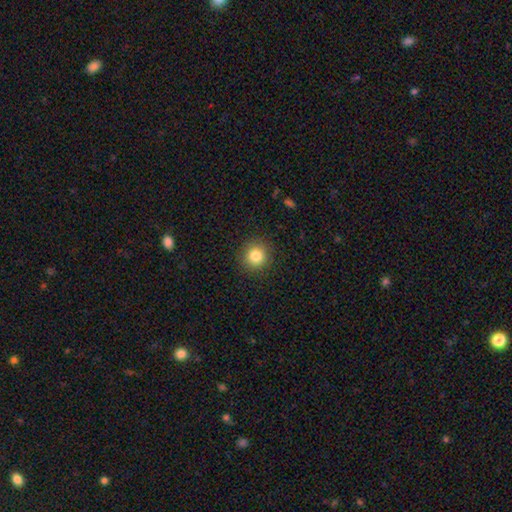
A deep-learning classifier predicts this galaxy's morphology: smooth_or_featured: smooth (p=0.83) [alt: star or artifact p=0.11]
how_rounded: round (p=0.93) [alt: in between p=0.06]
merging: none (p=0.91) [alt: minor disturbance p=0.06]